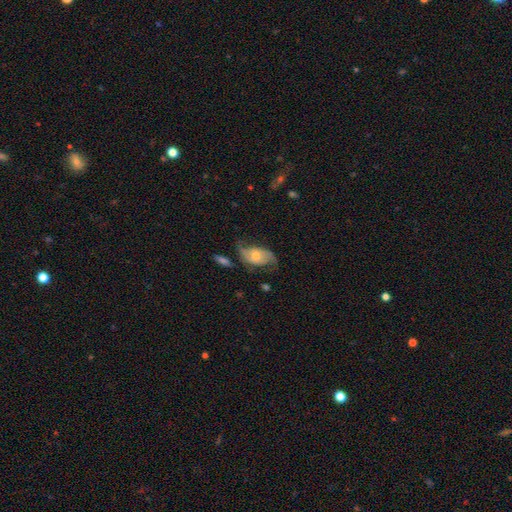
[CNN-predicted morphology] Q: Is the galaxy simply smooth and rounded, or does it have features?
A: featured or disk — 67%.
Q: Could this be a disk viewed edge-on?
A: no — 95%.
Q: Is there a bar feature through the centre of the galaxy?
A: no — 69%.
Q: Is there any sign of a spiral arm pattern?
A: yes — 87%.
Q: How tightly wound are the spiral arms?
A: loose — 55%.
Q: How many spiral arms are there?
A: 2 — 85%.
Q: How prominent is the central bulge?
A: small — 47%.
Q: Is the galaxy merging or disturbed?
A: none — 54%.